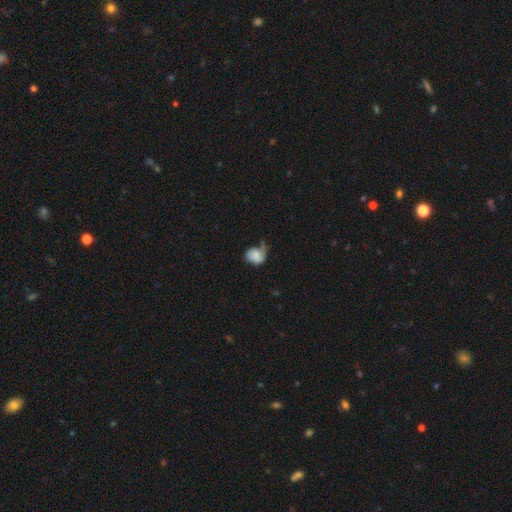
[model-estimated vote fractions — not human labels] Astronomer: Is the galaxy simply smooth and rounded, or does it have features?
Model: smooth — 61%.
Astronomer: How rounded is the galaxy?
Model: round — 51% (runner-up: in between, 48%).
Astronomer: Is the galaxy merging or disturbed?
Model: major disturbance — 40% (runner-up: none, 28%).